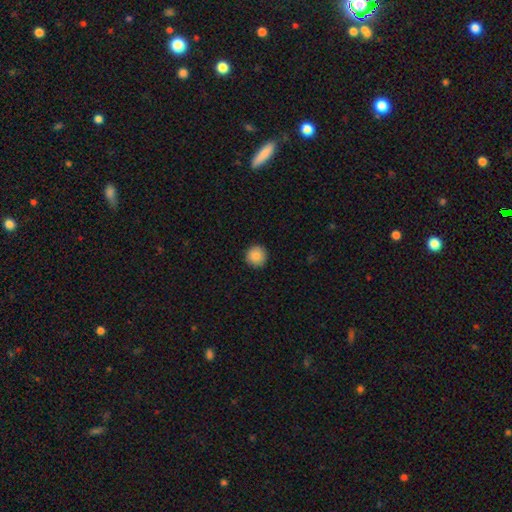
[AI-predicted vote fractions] This appears to be a smooth galaxy with no disk features (88%) that is round (96%). Merging: none (91%).